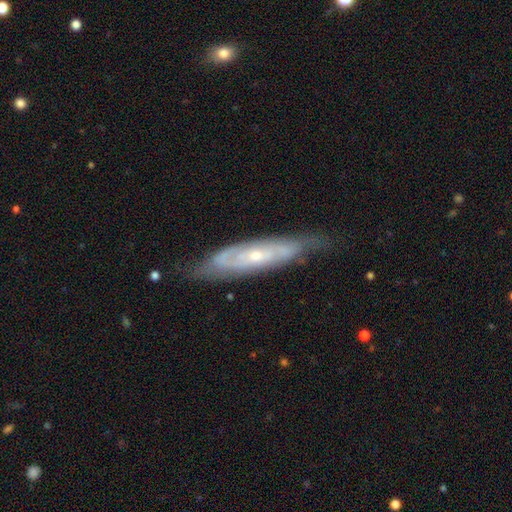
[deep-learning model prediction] Smooth or featured? Predicted: featured or disk (p=0.77). Edge-on disk? Predicted: no (p=0.68). Bar? Predicted: no (p=0.68). Spiral arms? Predicted: yes (p=0.82). Bulge size? Predicted: small (p=0.65). Merging? Predicted: none (p=0.68).